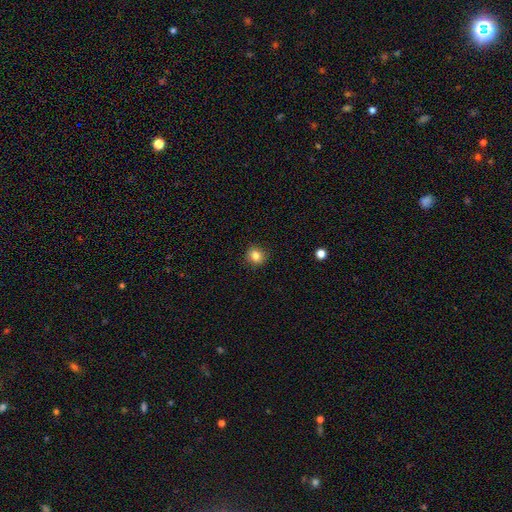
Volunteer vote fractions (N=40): Smooth or featured? 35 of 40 (88%) said smooth. How rounded? 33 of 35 (94%) said round. Merging? 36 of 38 (95%) said none.